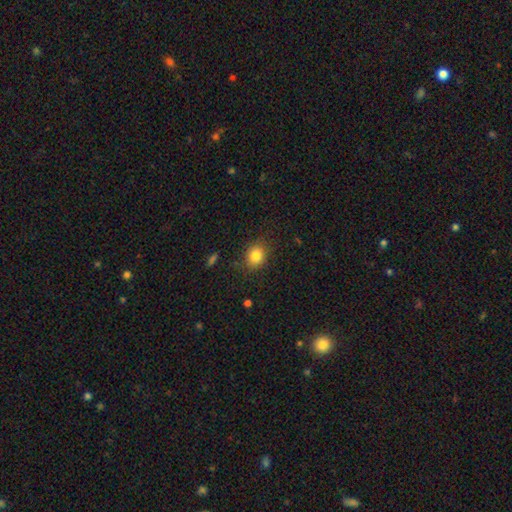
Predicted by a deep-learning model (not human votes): Smooth or featured? smooth (83%)
How rounded? round (61%)
Merging? none (83%)